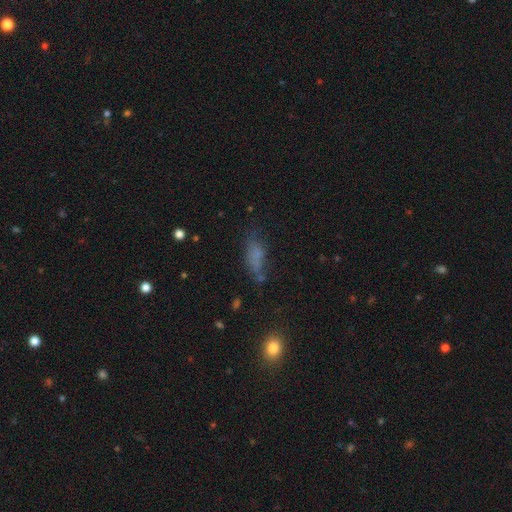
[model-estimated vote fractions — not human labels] The model was most divided on "merging": none: 46%, minor disturbance: 27%, major disturbance: 20%, merger: 7%. More confident: how rounded — in between (69%); smooth or featured — smooth (66%).